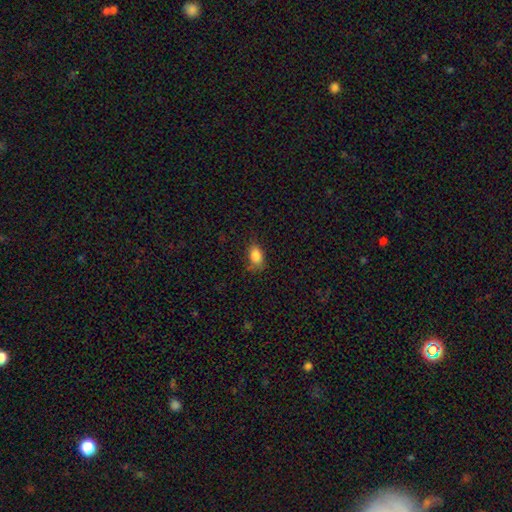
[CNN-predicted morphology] The model was most divided on "merging": none: 68%, minor disturbance: 24%, major disturbance: 7%, merger: 2%. More confident: smooth or featured — smooth (85%); how rounded — in between (85%).